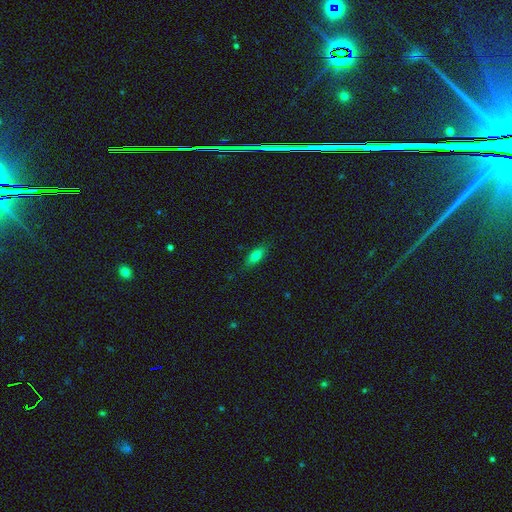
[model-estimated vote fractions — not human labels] Morphology: type=smooth (75%); roundness=in between (70%); merging=none (81%).